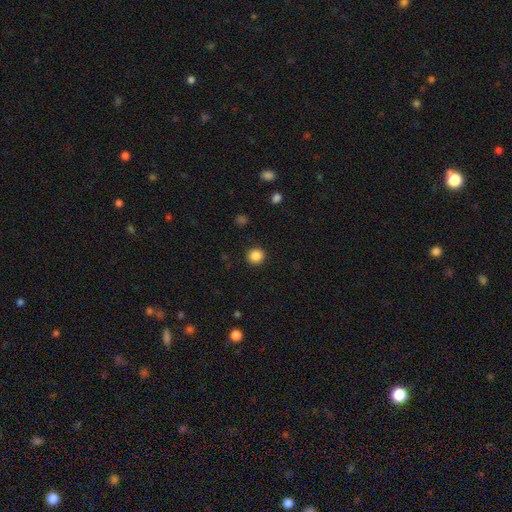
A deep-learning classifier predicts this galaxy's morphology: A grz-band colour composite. It shows a smooth galaxy with no disk features (86%) that is round (92%). Merging: none (92%).